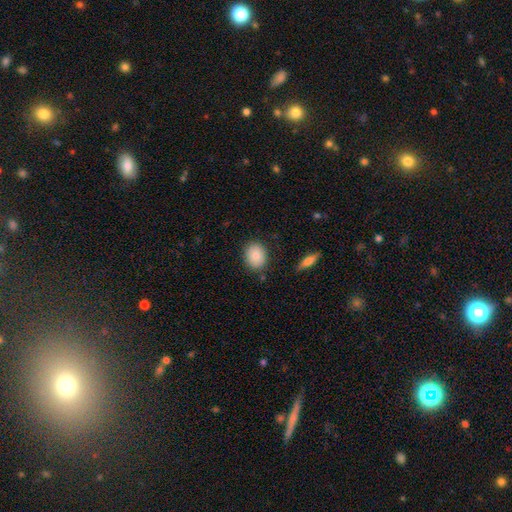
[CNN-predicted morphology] This is clearly a smooth galaxy (85%). How rounded: possibly in between (60%). Merging: clearly none (84%).